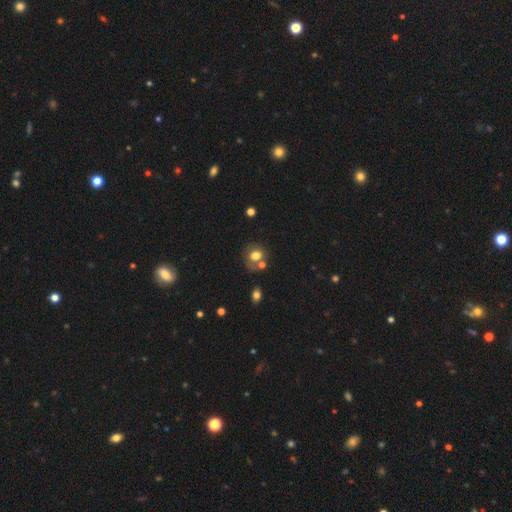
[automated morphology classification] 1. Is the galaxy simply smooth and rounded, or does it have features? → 69% smooth, 19% featured or disk, 12% star or artifact.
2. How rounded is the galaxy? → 68% round, 31% in between, 1% cigar-shaped.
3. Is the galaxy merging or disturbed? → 51% none, 25% merger, 16% minor disturbance, 7% major disturbance.